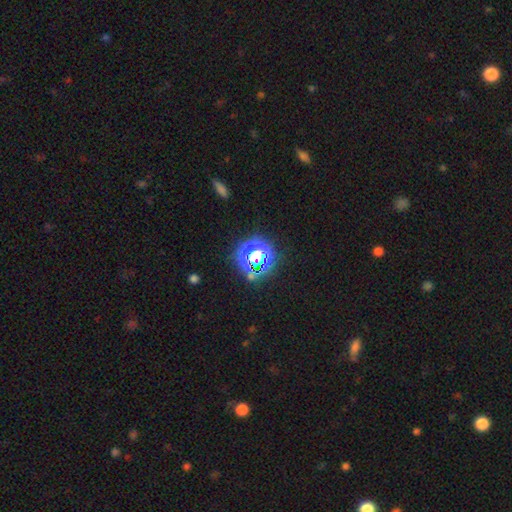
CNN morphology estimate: type=star or artifact (67%).